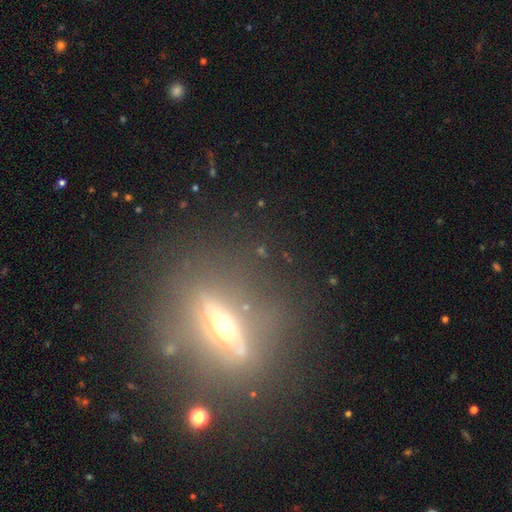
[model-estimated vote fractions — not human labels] Smooth or featured? featured or disk (67%)
Edge-on disk? yes (76%)
Edge-on bulge? rounded (94%)
Merging? none (78%)